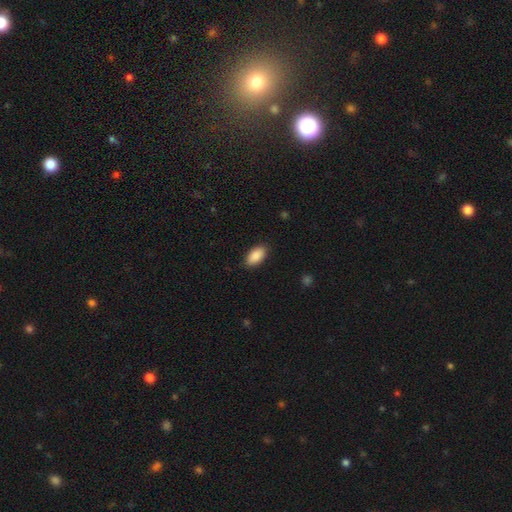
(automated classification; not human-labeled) Smooth or featured? smooth (89%)
How rounded? in between (94%)
Merging? none (88%)